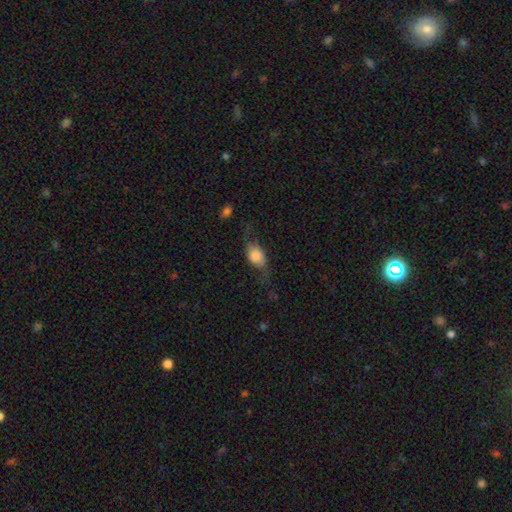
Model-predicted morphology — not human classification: smooth 58%, featured or disk 33%, star or artifact 9%. Down the decision tree: how rounded — in between (69%); merging — none (50%).